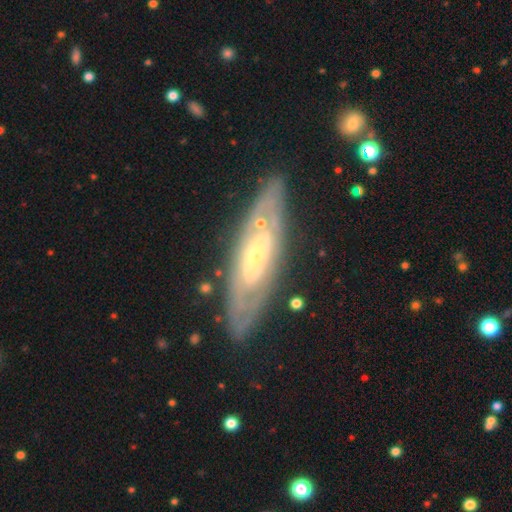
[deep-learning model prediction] Smooth or featured: featured or disk — 77% (smooth — 17%)
Edge-on disk: no — 74% (yes — 26%)
Bar: no — 46% (weak — 31%)
Spiral arms: yes — 56% (no — 44%)
Bulge size: small — 51% (moderate — 41%)
Merging: none — 76% (minor disturbance — 14%)